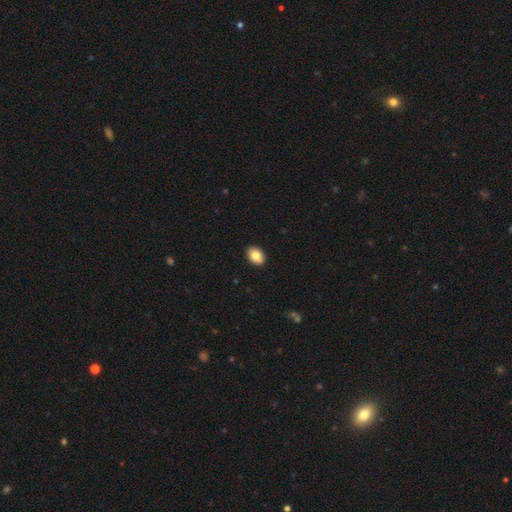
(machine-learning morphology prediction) A smooth galaxy with no disk features (83%) that is in between round and cigar-shaped (79%).

Vote fractions:
- Smooth or featured? smooth: 83% / featured or disk: 9% / star or artifact: 8%
- How rounded? in between: 79% / round: 20% / cigar-shaped: 1%
- Merging? none: 91% / minor disturbance: 7% / major disturbance: 2% / merger: 1%